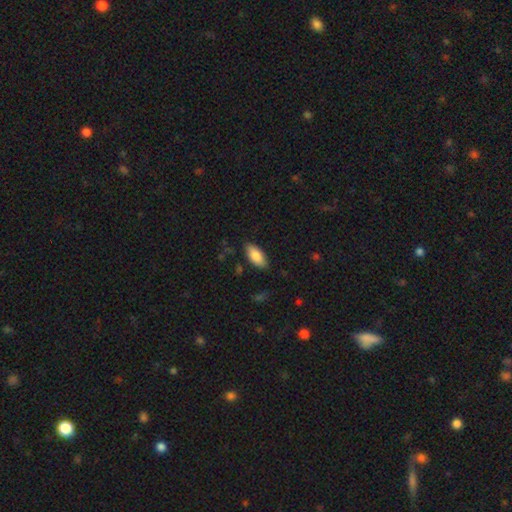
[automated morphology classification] smooth-or-featured: smooth: 84% | featured or disk: 9% | star or artifact: 6%
  how-rounded: in between: 89% | cigar-shaped: 10% | round: 2%
  merging: none: 83% | minor disturbance: 13% | major disturbance: 3% | merger: 1%